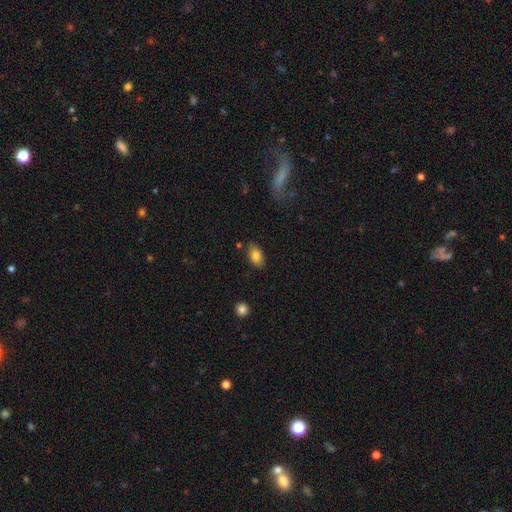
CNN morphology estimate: This appears to be a smooth galaxy with no disk features (83%) that is in between round and cigar-shaped (90%). Merging: none (80%).